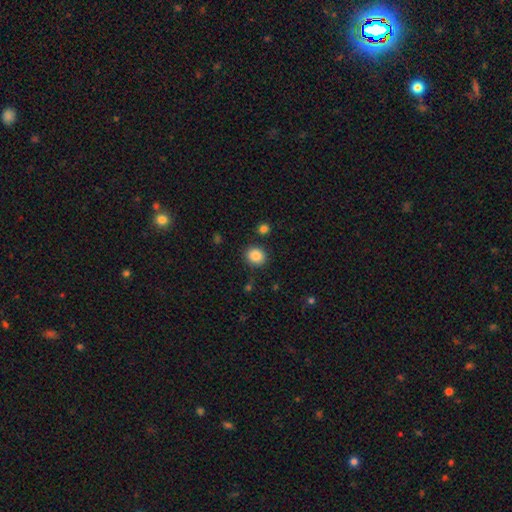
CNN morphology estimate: Q: Smooth or featured?
A: smooth (87%); runner-up: star or artifact (9%)
Q: How rounded?
A: round (78%); runner-up: in between (21%)
Q: Merging?
A: none (85%); runner-up: minor disturbance (9%)